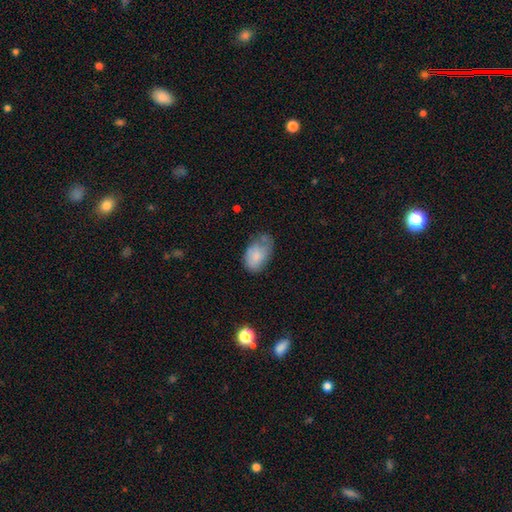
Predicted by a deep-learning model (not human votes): smooth_or_featured: smooth (p=0.78) [alt: featured or disk p=0.14]
how_rounded: in between (p=0.90) [alt: round p=0.09]
merging: none (p=0.42) [alt: minor disturbance p=0.38]